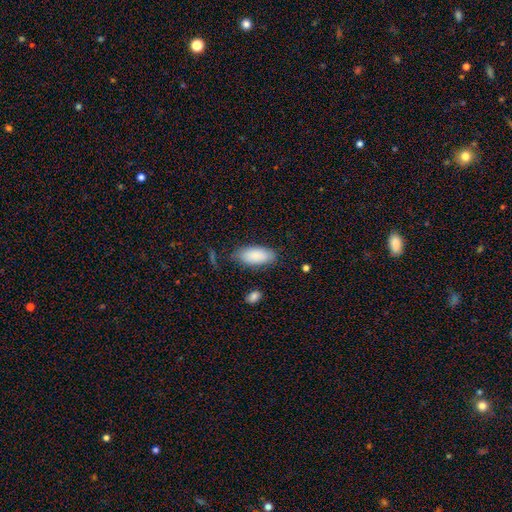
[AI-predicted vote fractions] Q: Smooth or featured?
A: smooth (87%); runner-up: featured or disk (7%)
Q: How rounded?
A: in between (91%); runner-up: cigar-shaped (7%)
Q: Merging?
A: none (80%); runner-up: minor disturbance (14%)